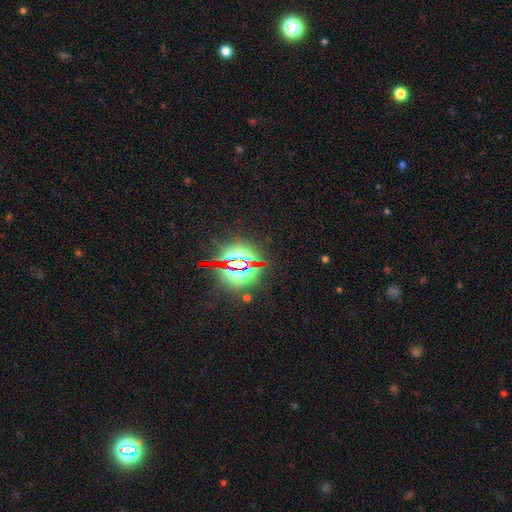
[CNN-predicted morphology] The model was most divided on "smooth or featured": star or artifact: 85%, smooth: 7%, featured or disk: 7%.